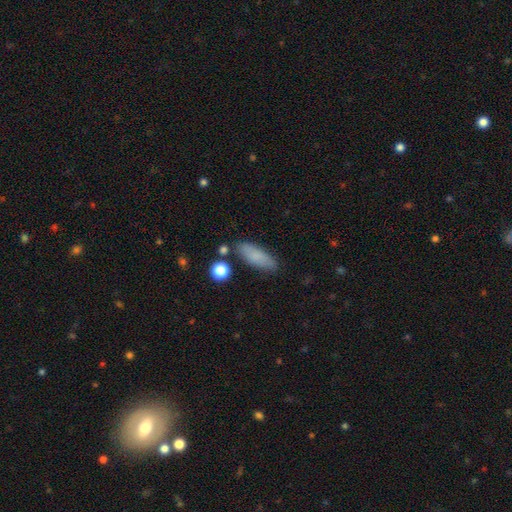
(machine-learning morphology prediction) This appears to be a smooth galaxy with no disk features (83%) that is in between round and cigar-shaped (59%). Merging: none (81%).